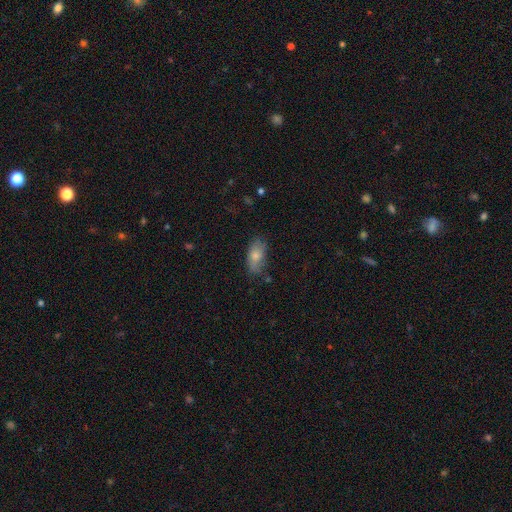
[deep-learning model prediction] A smooth galaxy with no disk features (76%) that is in between round and cigar-shaped (89%).

Vote fractions:
- Smooth or featured? smooth: 76% / featured or disk: 17% / star or artifact: 7%
- How rounded? in between: 89% / cigar-shaped: 6% / round: 5%
- Merging? none: 64% / minor disturbance: 26% / major disturbance: 7% / merger: 3%